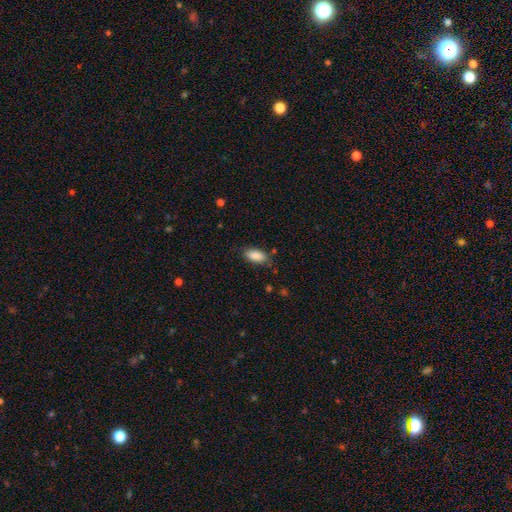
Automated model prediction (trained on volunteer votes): This is clearly a smooth galaxy (88%). How rounded: clearly in between (91%). Merging: likely none (72%).